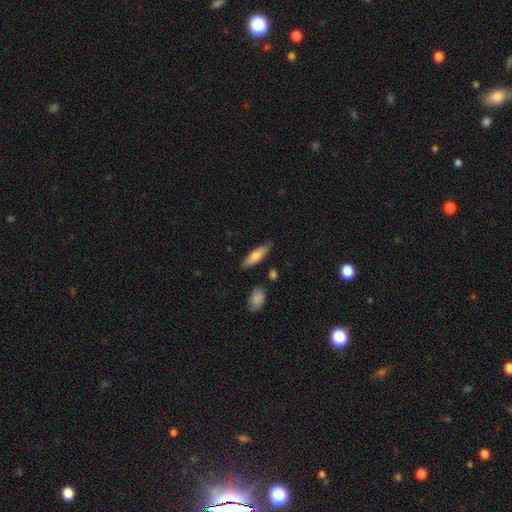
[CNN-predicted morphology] This is likely a smooth galaxy (69%). How rounded: possibly cigar-shaped (58%). Merging: clearly none (81%).